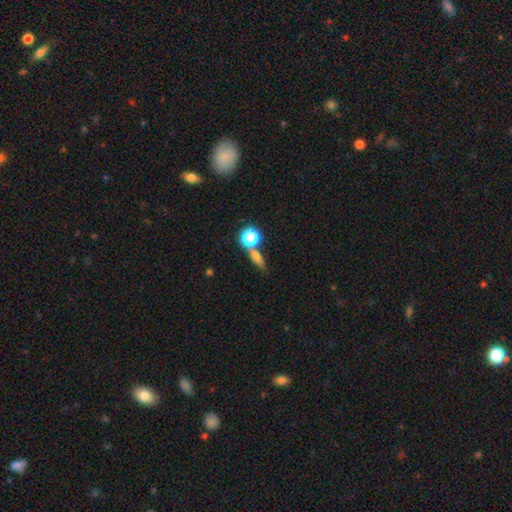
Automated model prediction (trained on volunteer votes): Smooth or featured: smooth — 64% (star or artifact — 21%)
How rounded: in between — 41% (cigar-shaped — 35%)
Merging: none — 60% (merger — 22%)